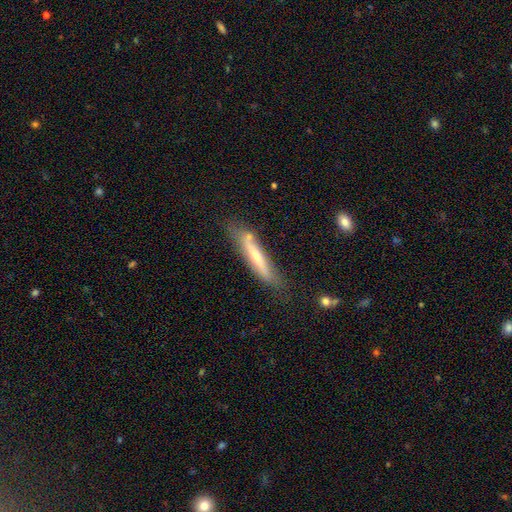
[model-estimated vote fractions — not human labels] The model was most divided on "smooth or featured": featured or disk: 48%, smooth: 46%, star or artifact: 7%. More confident: merging — none (69%).